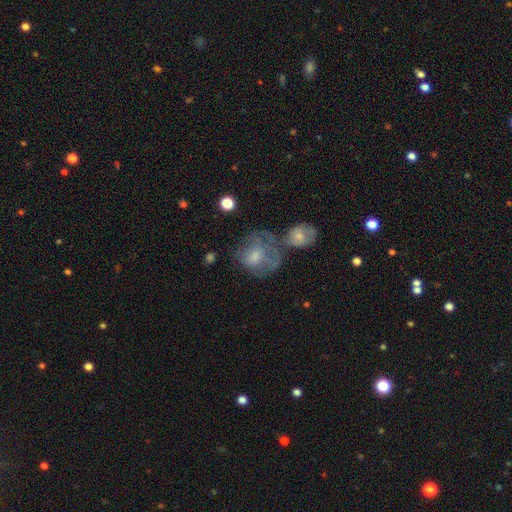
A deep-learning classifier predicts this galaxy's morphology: Q: Smooth or featured?
A: featured or disk (45%); runner-up: smooth (43%)
Q: Merging?
A: none (37%); runner-up: merger (31%)